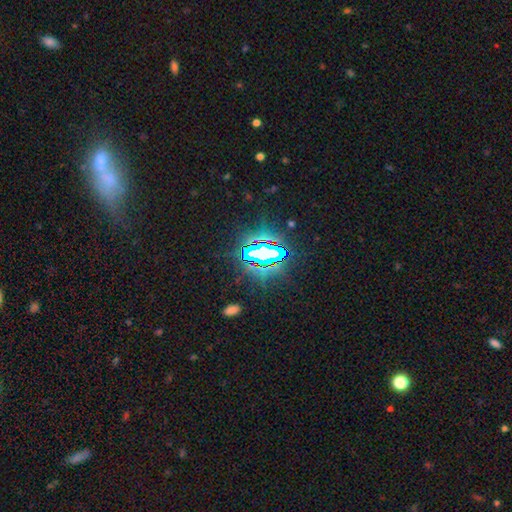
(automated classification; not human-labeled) This appears to be a star or artifact, not a galaxy (80%).